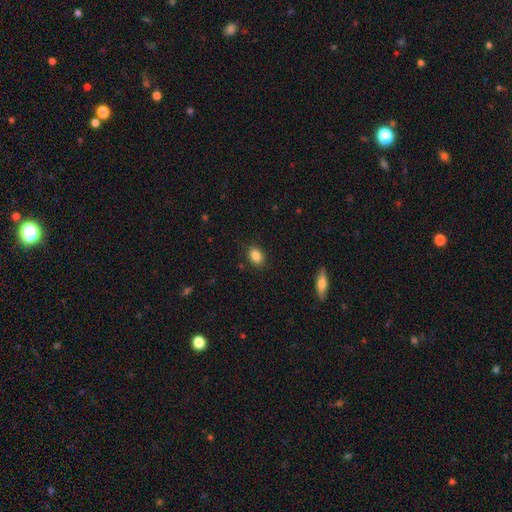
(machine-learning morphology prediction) smooth_or_featured: smooth (p=0.86) [alt: star or artifact p=0.09]
how_rounded: in between (p=0.70) [alt: round p=0.28]
merging: none (p=0.86) [alt: minor disturbance p=0.11]